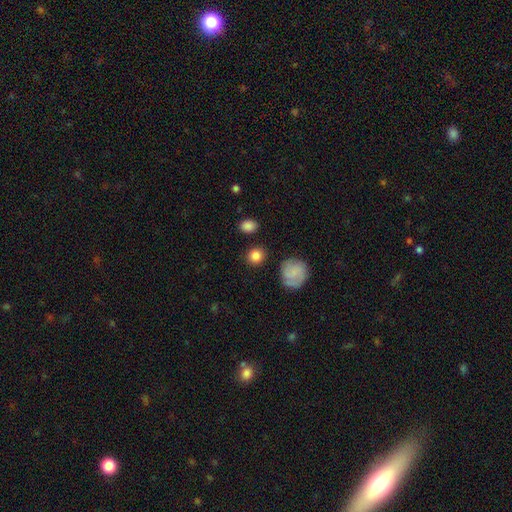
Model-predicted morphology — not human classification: Q: Smooth or featured?
A: smooth (86%); runner-up: star or artifact (9%)
Q: How rounded?
A: round (79%); runner-up: in between (20%)
Q: Merging?
A: none (85%); runner-up: minor disturbance (9%)